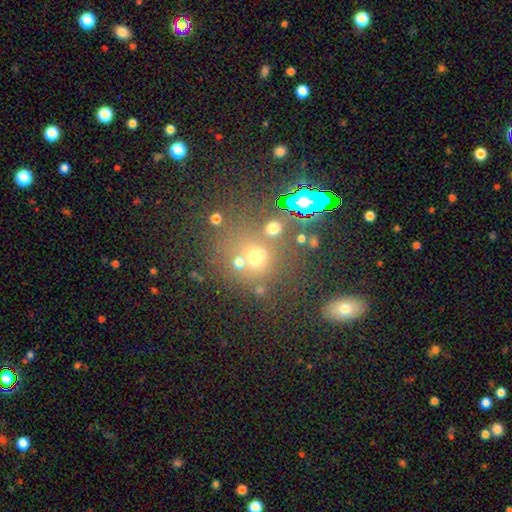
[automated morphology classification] smooth 50%, star or artifact 35%, featured or disk 15%. Down the decision tree: merging — none (51%).